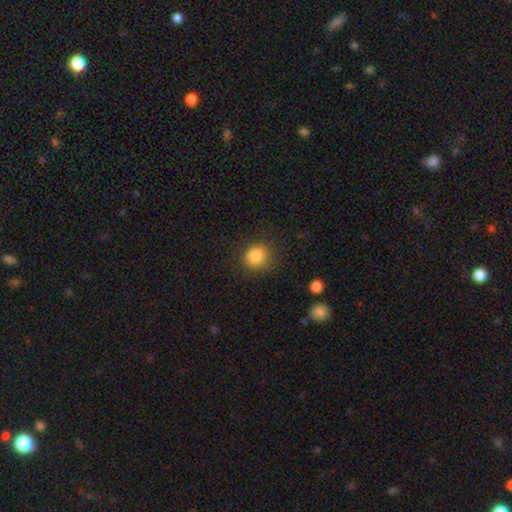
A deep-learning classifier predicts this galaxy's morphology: Q: Smooth or featured?
A: smooth (85%); runner-up: star or artifact (10%)
Q: How rounded?
A: round (86%); runner-up: in between (14%)
Q: Merging?
A: none (83%); runner-up: minor disturbance (11%)